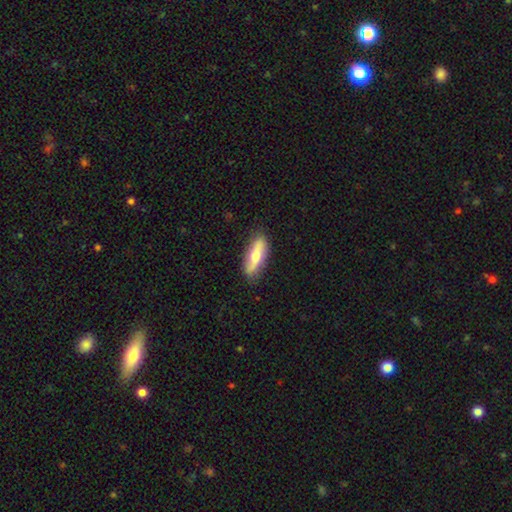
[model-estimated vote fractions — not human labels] A smooth galaxy with no disk features (53%) that is in between round and cigar-shaped (52%). Merging: none (81%).